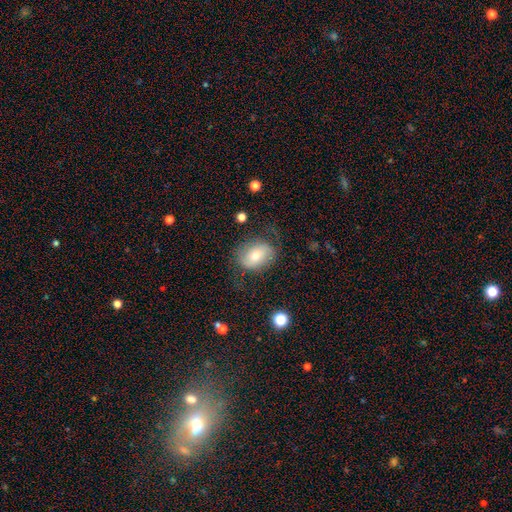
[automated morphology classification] smooth-or-featured: smooth: 54% | featured or disk: 37% | star or artifact: 9%
  how-rounded: in between: 59% | round: 40% | cigar-shaped: 1%
  merging: none: 62% | minor disturbance: 22% | major disturbance: 15% | merger: 2%